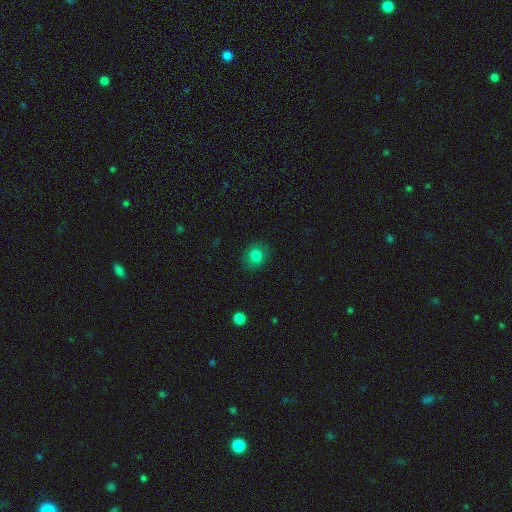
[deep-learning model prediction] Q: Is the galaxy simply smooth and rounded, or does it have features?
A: smooth — 82%.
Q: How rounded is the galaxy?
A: round — 75%.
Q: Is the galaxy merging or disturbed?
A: none — 84%.